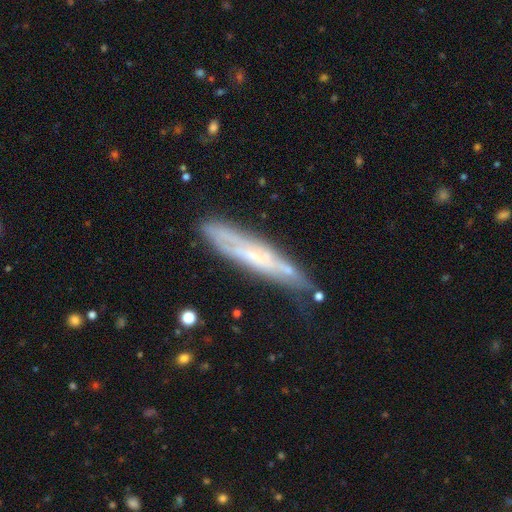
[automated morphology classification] type=featured or disk (58%); edge-on=yes (70%); merging=none (62%).